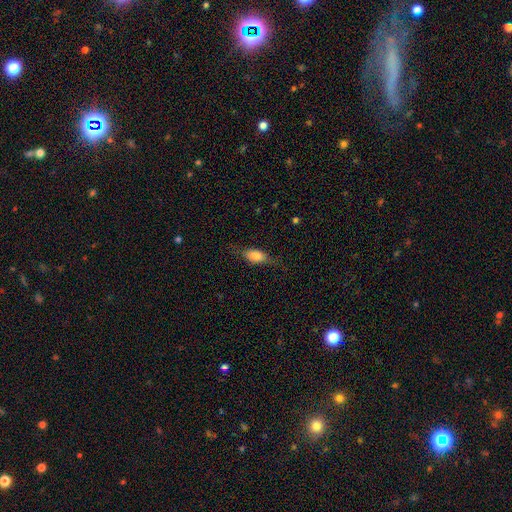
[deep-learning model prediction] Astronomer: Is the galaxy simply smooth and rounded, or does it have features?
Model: smooth — 71%.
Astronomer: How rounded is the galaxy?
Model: in between — 76%.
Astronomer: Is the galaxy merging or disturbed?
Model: none — 69%.